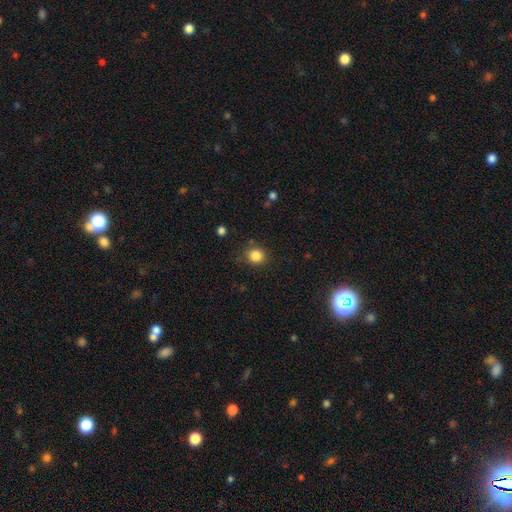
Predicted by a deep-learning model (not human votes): Smooth or featured? Predicted: smooth (p=0.85). How rounded? Predicted: round (p=0.87). Merging? Predicted: none (p=0.83).